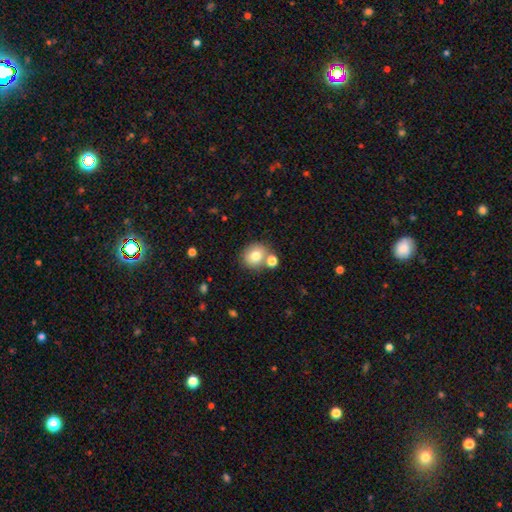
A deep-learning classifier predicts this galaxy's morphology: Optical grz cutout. It shows a smooth galaxy with no disk features (76%) that is round (81%). Merging: none (66%).